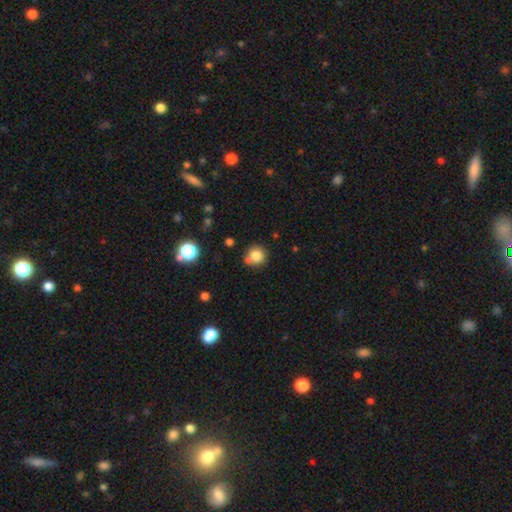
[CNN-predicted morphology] The model was most divided on "merging": none: 70%, merger: 14%, minor disturbance: 13%, major disturbance: 4%. More confident: how rounded — round (92%); smooth or featured — smooth (81%).